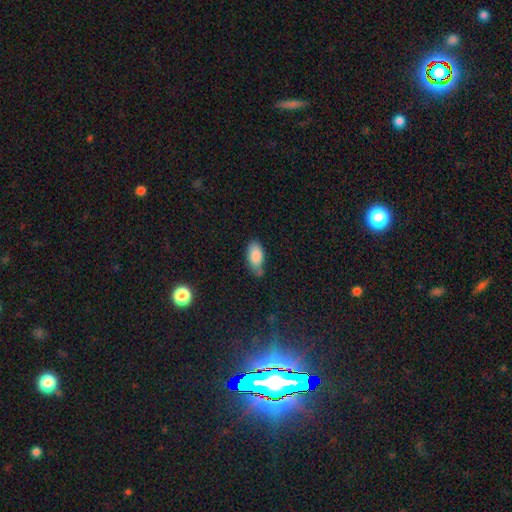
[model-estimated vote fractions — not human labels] smooth 86%, star or artifact 8%, featured or disk 7%. Down the decision tree: how rounded — in between (92%); merging — none (57%).